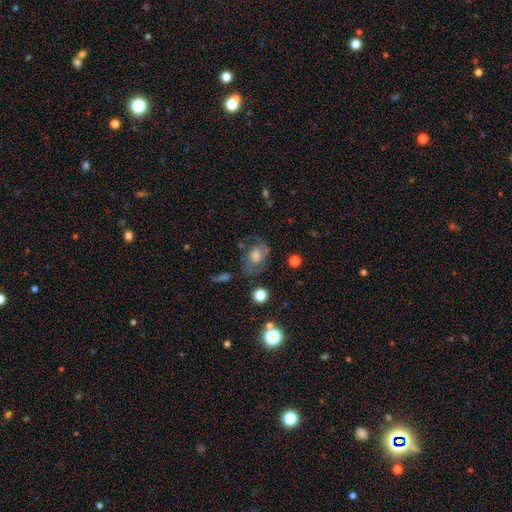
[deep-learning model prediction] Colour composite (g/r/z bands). It shows a featured or disk galaxy (54%) with no bar (78%), spiral arms (66%) and a moderate central bulge (42%). Merging: none (63%).